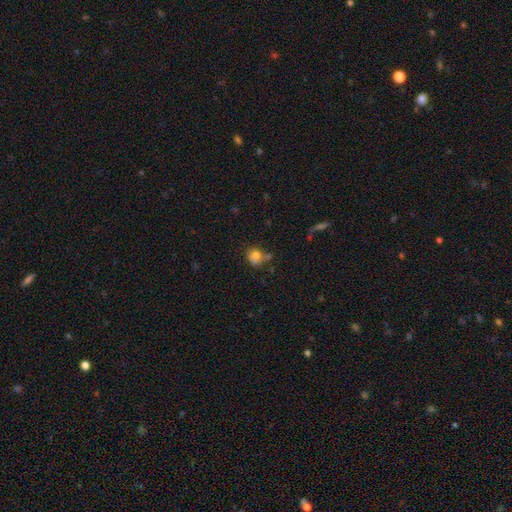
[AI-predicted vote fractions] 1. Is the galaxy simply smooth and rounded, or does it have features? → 76% smooth, 13% featured or disk, 12% star or artifact.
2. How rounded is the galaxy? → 67% round, 32% in between, 1% cigar-shaped.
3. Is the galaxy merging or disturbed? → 51% none, 21% merger, 20% minor disturbance, 8% major disturbance.